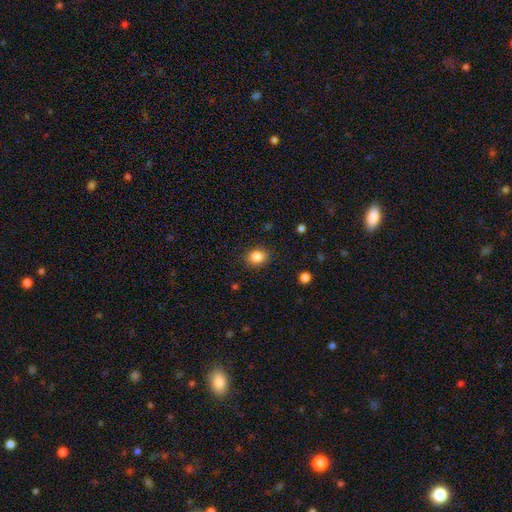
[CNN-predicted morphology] A smooth galaxy with no disk features (85%) that is round (59%). Merging: none (86%).